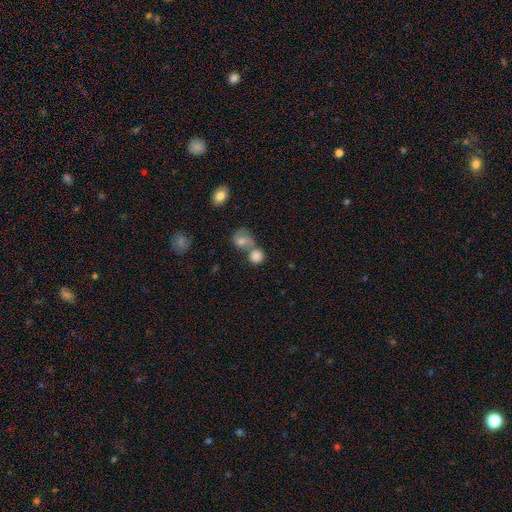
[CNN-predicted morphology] This is likely a smooth galaxy (79%). How rounded: clearly round (82%). Merging: possibly merger (51%).